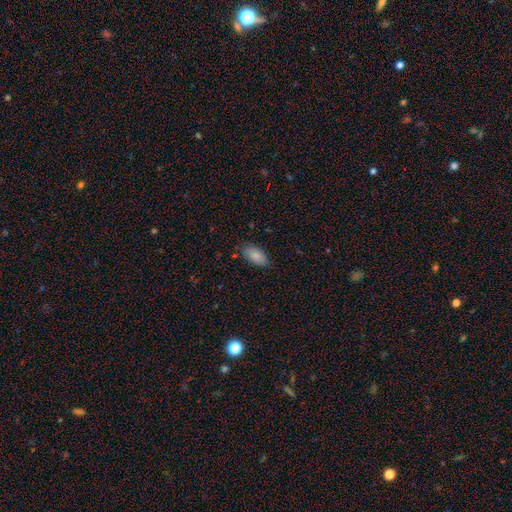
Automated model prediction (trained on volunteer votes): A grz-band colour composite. It shows a smooth galaxy with no disk features (85%) that is in between round and cigar-shaped (94%). Merging: none (80%).